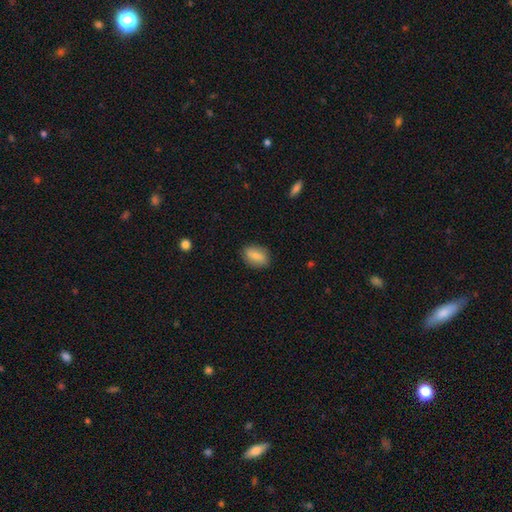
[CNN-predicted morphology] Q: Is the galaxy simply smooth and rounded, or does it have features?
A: smooth — 77%.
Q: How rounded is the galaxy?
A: in between — 82%.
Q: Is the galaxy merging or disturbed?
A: none — 84%.